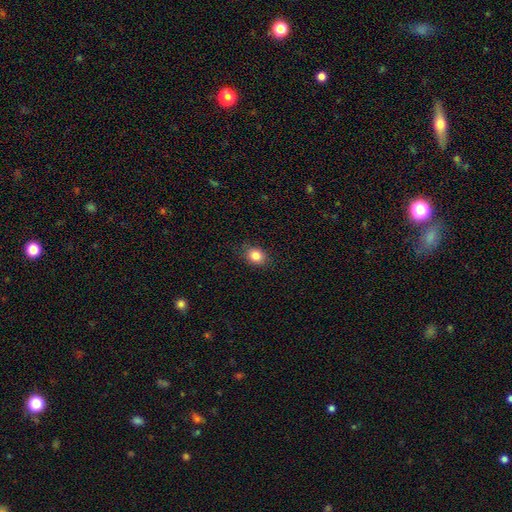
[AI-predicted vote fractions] Morphology: type=smooth (84%); roundness=round (51%); merging=none (83%).